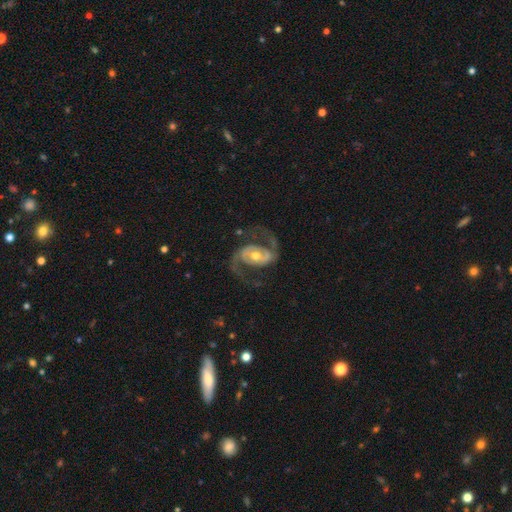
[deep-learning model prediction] A featured or disk galaxy (91%) with no bar (47%), 2 (94%) medium (55%) spiral arms (96%) and a moderate central bulge (72%).

Vote fractions:
- Smooth or featured? featured or disk: 91% / smooth: 5% / star or artifact: 4%
- Edge-on disk? no: 97% / yes: 3%
- Bar? no: 47% / weak: 33% / strong: 20%
- Spiral arms? yes: 96% / no: 4%
- Spiral winding? medium: 55% / loose: 32% / tight: 14%
- Spiral arm count? 2: 94% / can't tell: 2% / 1: 1% / 3: 1% / 4: 1% / more than 4: 1%
- Bulge size? moderate: 72% / small: 17% / large: 9% / dominant: 1% / none: 1%
- Merging? none: 75% / minor disturbance: 12% / major disturbance: 11% / merger: 1%